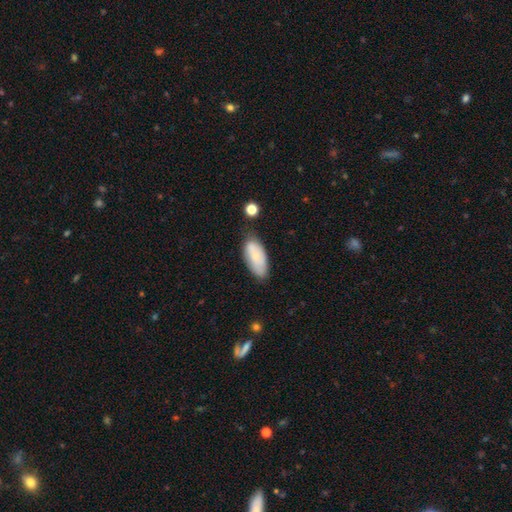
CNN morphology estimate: Smooth or featured? Predicted: smooth (p=0.69). How rounded? Predicted: in between (p=0.88). Merging? Predicted: none (p=0.65).